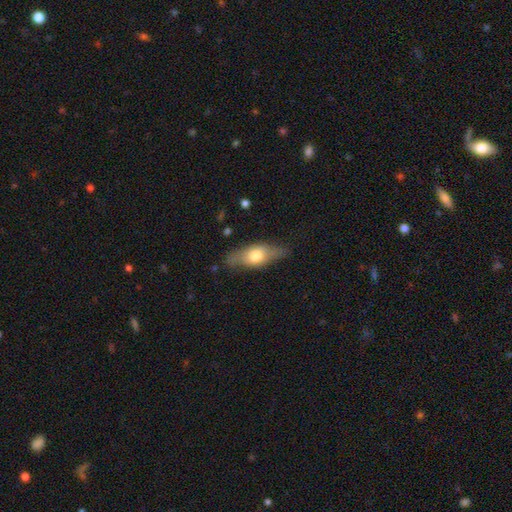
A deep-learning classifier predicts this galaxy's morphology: smooth-or-featured: smooth: 58% | featured or disk: 36% | star or artifact: 6%
  how-rounded: in between: 71% | cigar-shaped: 23% | round: 6%
  merging: none: 73% | minor disturbance: 20% | major disturbance: 5% | merger: 2%